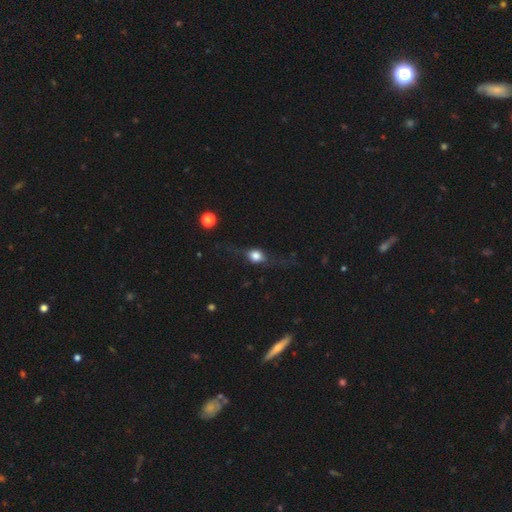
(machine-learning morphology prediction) Smooth or featured?
  - featured or disk: 46% *
  - smooth: 44%
  - star or artifact: 10%
Merging?
  - none: 64% *
  - minor disturbance: 19%
  - major disturbance: 14%
  - merger: 2%